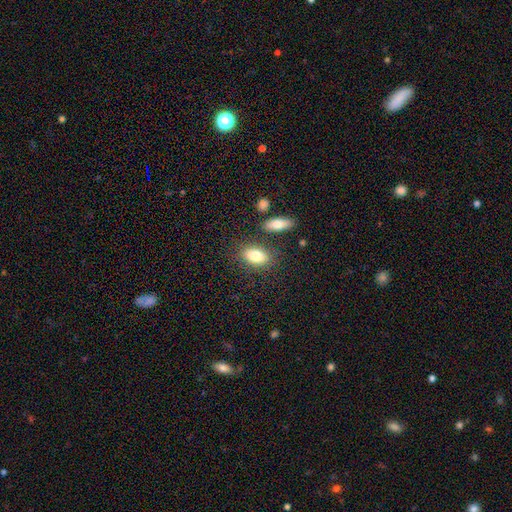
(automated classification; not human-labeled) This is clearly a smooth galaxy (83%). How rounded: clearly in between (88%). Merging: likely none (77%).